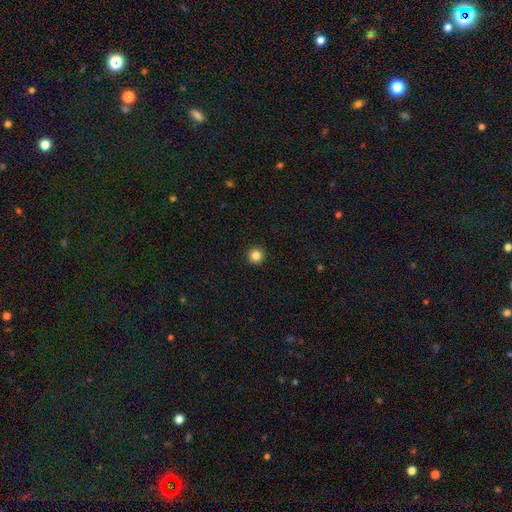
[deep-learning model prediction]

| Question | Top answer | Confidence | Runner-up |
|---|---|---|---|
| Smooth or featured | smooth | 85% | star or artifact (11%) |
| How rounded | round | 96% | in between (3%) |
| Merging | none | 94% | minor disturbance (4%) |